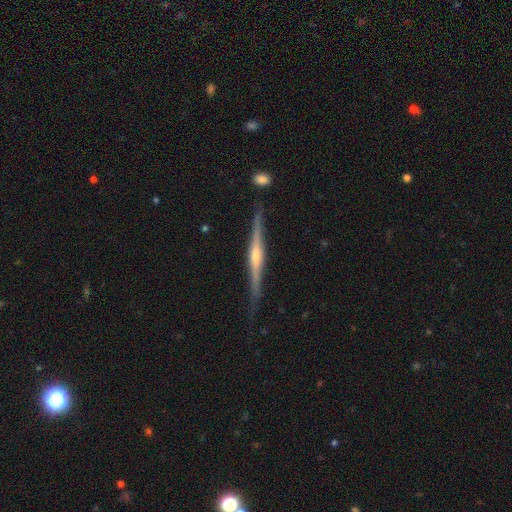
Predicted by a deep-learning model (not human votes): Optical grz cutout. It shows a featured or disk galaxy (84%) viewed edge-on (98%) with a rounded central bulge (81%). Merging: none (85%).